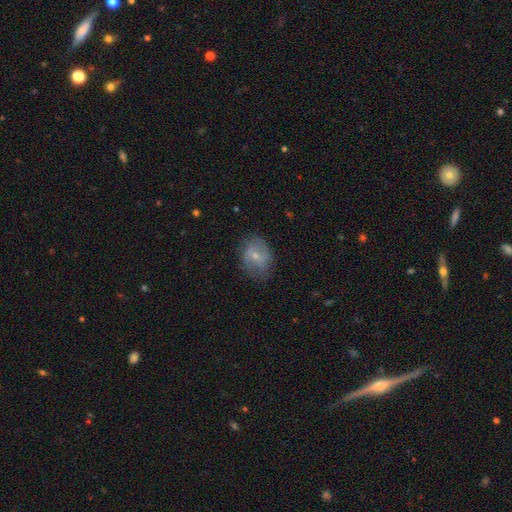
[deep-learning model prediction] Smooth or featured: featured or disk — 55% (smooth — 38%)
Edge-on disk: no — 96% (yes — 4%)
Bar: weak — 51% (no — 34%)
Spiral arms: yes — 76% (no — 24%)
Bulge size: small — 57% (moderate — 37%)
Merging: none — 70% (minor disturbance — 21%)